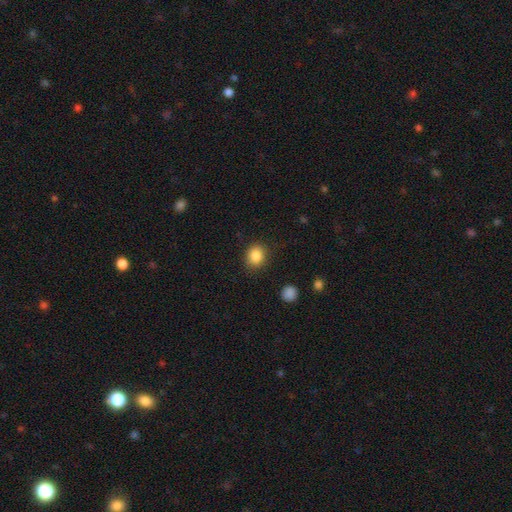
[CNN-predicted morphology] smooth_or_featured: smooth (p=0.86) [alt: star or artifact p=0.10]
how_rounded: round (p=0.70) [alt: in between p=0.29]
merging: none (p=0.85) [alt: minor disturbance p=0.10]